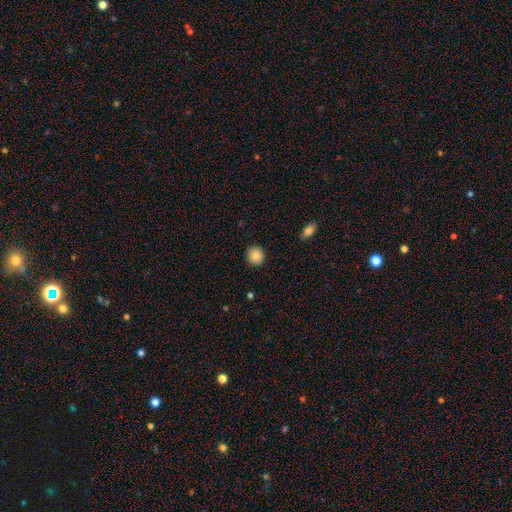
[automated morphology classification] Smooth or featured? smooth (87%)
How rounded? round (88%)
Merging? none (90%)